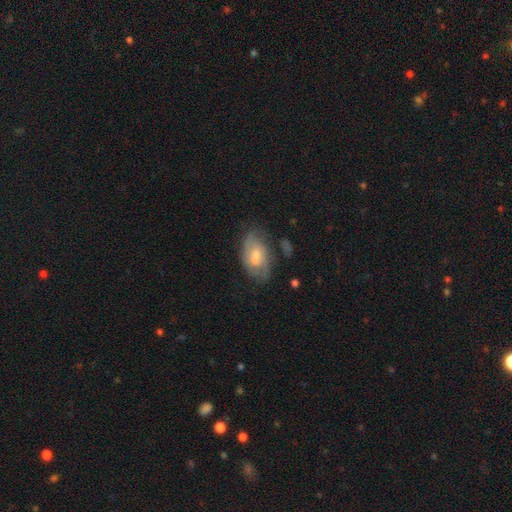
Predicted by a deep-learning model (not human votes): Smooth or featured? featured or disk (55%)
Edge-on disk? no (95%)
Bar? no (58%)
Spiral arms? yes (75%)
Bulge size? moderate (45%)
Merging? none (52%)